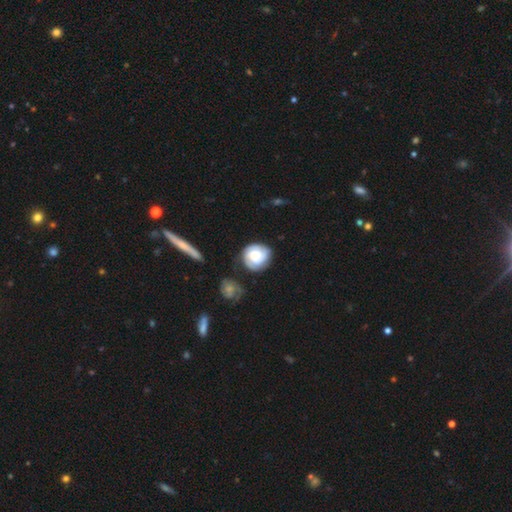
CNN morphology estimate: type=featured or disk (54%); edge-on=no (97%); bar=no (68%); spiral arms=yes (87%); bulge=moderate (39%); merging=none (68%).